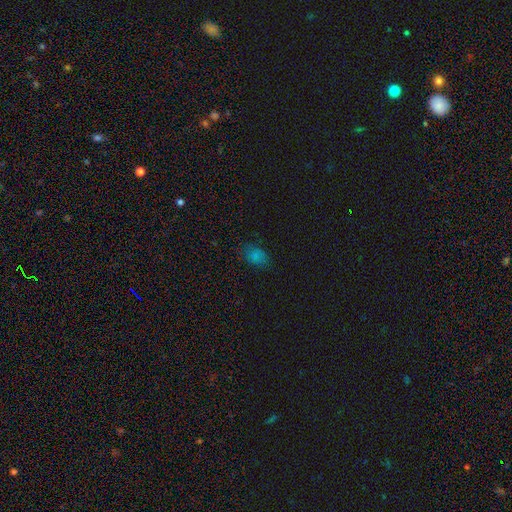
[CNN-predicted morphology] smooth 70%, star or artifact 23%, featured or disk 7%. Down the decision tree: how rounded — in between (75%); merging — none (78%).